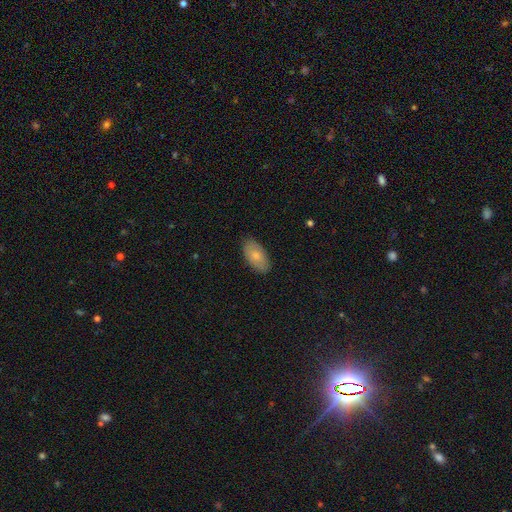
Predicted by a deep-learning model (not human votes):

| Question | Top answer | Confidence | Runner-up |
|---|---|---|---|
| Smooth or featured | smooth | 71% | featured or disk (23%) |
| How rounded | in between | 94% | round (3%) |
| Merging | none | 84% | minor disturbance (13%) |